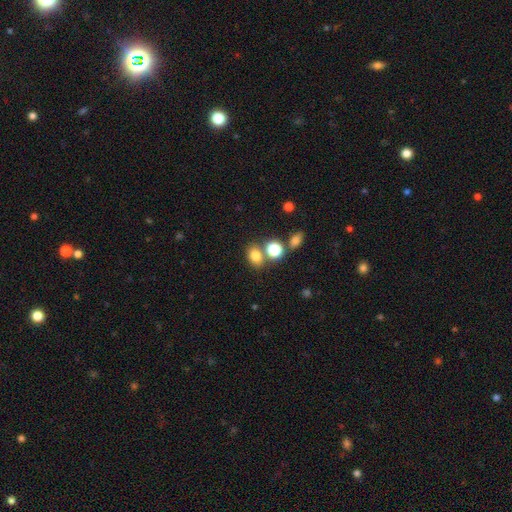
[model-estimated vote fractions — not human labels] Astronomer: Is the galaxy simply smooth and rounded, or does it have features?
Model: smooth — 77%.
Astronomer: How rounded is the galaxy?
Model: in between — 56% (runner-up: round, 43%).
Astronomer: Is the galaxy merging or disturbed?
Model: none — 64%.